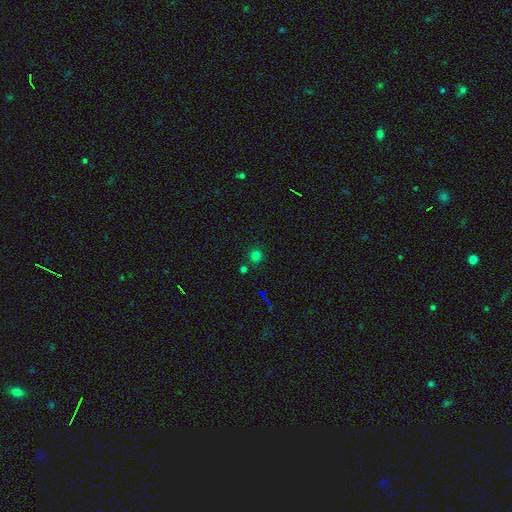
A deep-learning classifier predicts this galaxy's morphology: Smooth or featured?
  - smooth: 73% *
  - star or artifact: 22%
  - featured or disk: 5%
How rounded?
  - round: 94% *
  - in between: 5%
  - cigar-shaped: 1%
Merging?
  - none: 84% *
  - minor disturbance: 7%
  - merger: 6%
  - major disturbance: 2%